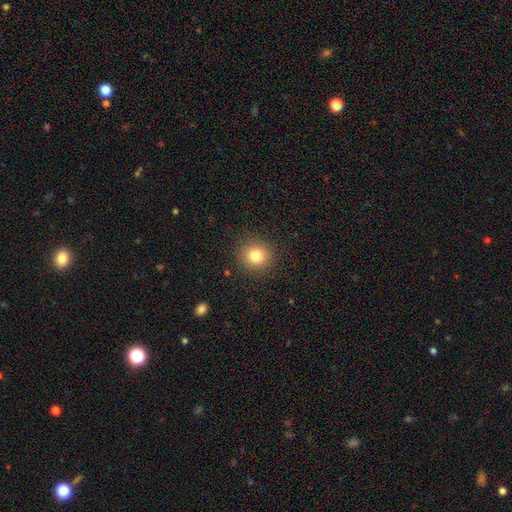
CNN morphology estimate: A smooth galaxy with no disk features (81%) that is round (91%).

Vote fractions:
- Smooth or featured? smooth: 81% / star or artifact: 12% / featured or disk: 7%
- How rounded? round: 91% / in between: 8% / cigar-shaped: 1%
- Merging? none: 89% / minor disturbance: 7% / major disturbance: 3% / merger: 1%